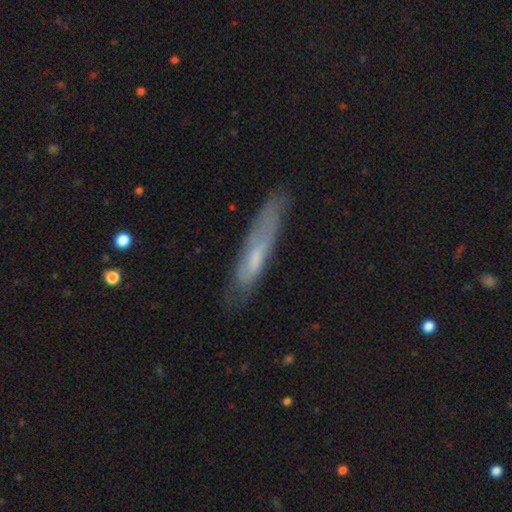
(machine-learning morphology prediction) This appears to be a smooth galaxy with no disk features (48%). Merging: none (71%).